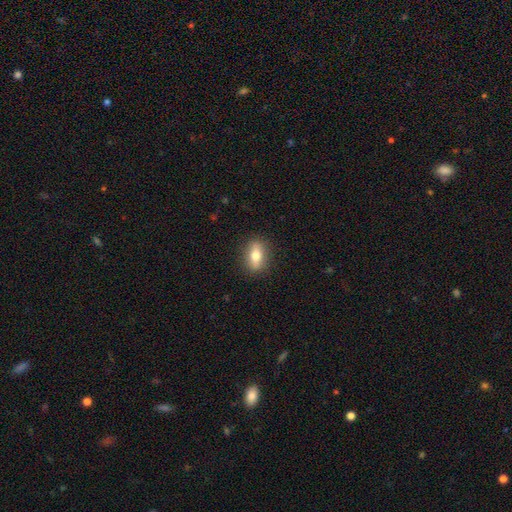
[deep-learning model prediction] A smooth galaxy with no disk features (65%) that is in between round and cigar-shaped (72%).

Vote fractions:
- Smooth or featured? smooth: 65% / featured or disk: 28% / star or artifact: 8%
- How rounded? in between: 72% / cigar-shaped: 14% / round: 13%
- Merging? none: 87% / minor disturbance: 10% / major disturbance: 3% / merger: 1%